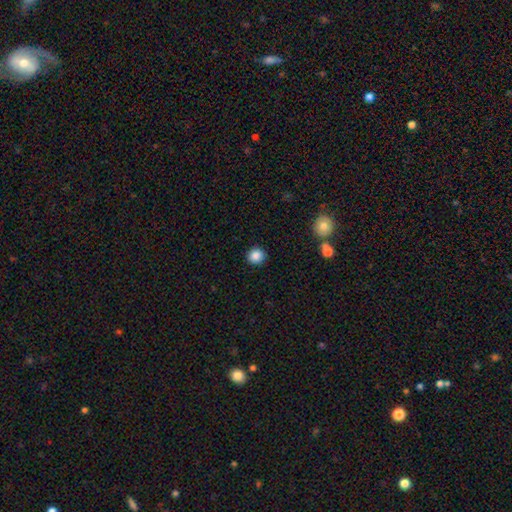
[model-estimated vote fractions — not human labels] smooth_or_featured: smooth (p=0.87) [alt: star or artifact p=0.10]
how_rounded: round (p=0.90) [alt: in between p=0.09]
merging: none (p=0.91) [alt: minor disturbance p=0.06]